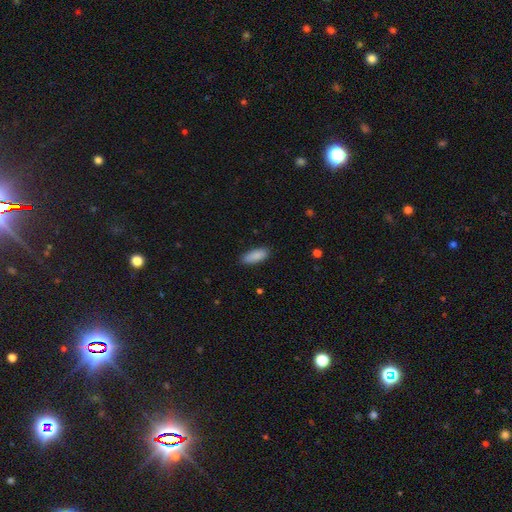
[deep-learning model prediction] Morphology: type=smooth (89%); roundness=in between (73%); merging=none (88%).